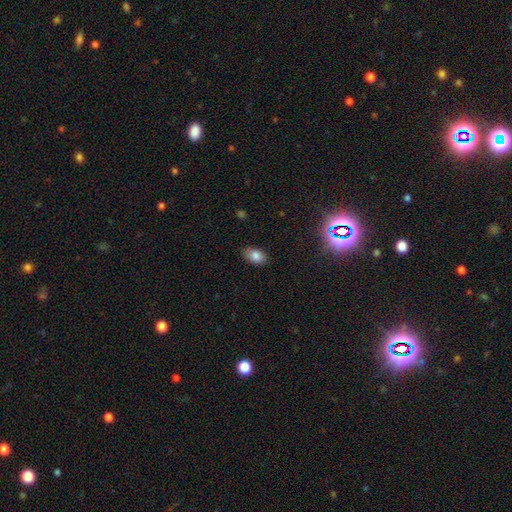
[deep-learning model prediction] A smooth galaxy with no disk features (82%) that is in between round and cigar-shaped (89%). Merging: none (80%).